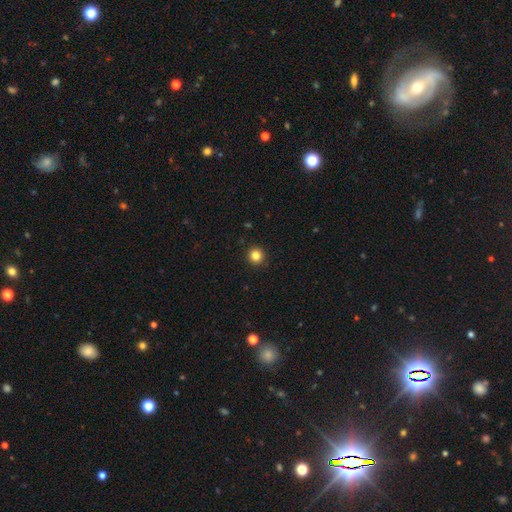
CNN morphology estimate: smooth-or-featured: smooth: 84% | star or artifact: 12% | featured or disk: 5%
  how-rounded: round: 93% | in between: 6% | cigar-shaped: 1%
  merging: none: 93% | minor disturbance: 5% | major disturbance: 2% | merger: 1%